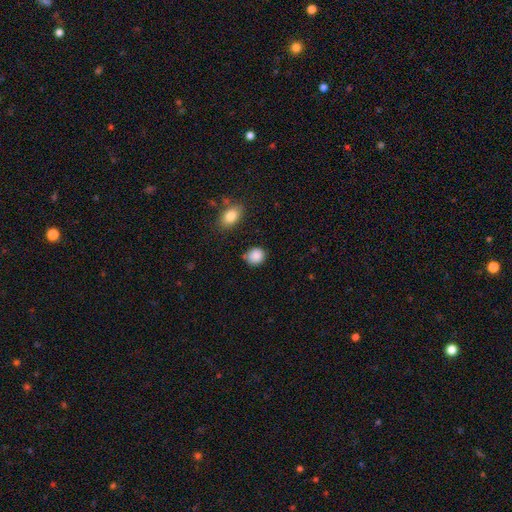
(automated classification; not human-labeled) This is clearly a smooth galaxy (88%). How rounded: clearly round (82%). Merging: likely none (79%).